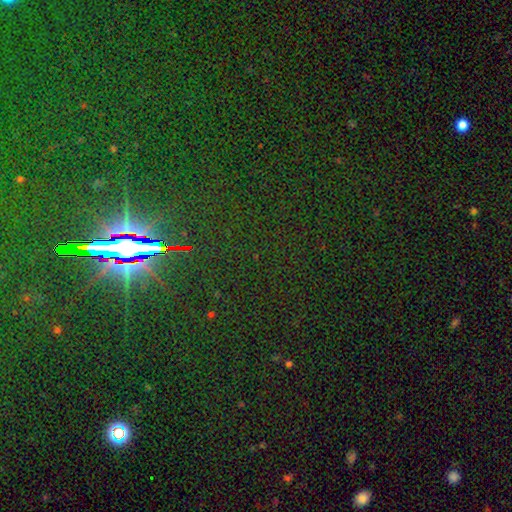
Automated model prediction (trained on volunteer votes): Morphology: type=star or artifact (83%).